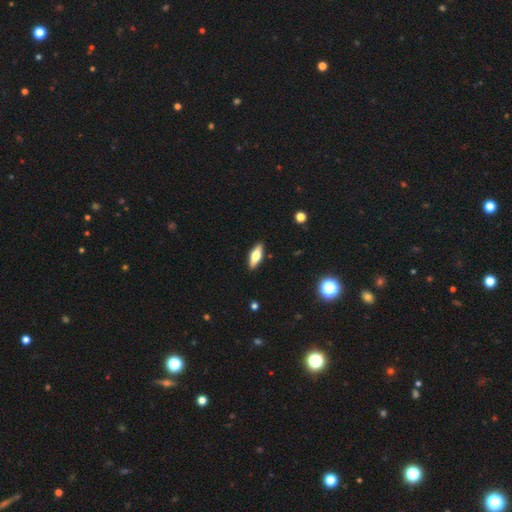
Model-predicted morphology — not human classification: Overall: smooth (57%; featured or disk 37%). How rounded: in between (60%; cigar-shaped 37%). Merging: none (89%).